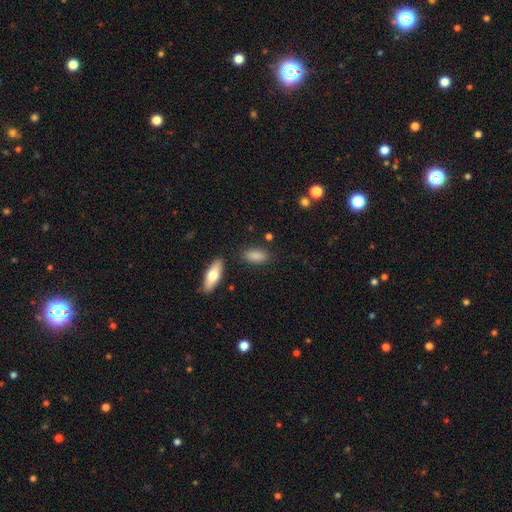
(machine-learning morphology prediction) Overall: smooth (86%). How rounded: in between (85%). Merging: none (80%).